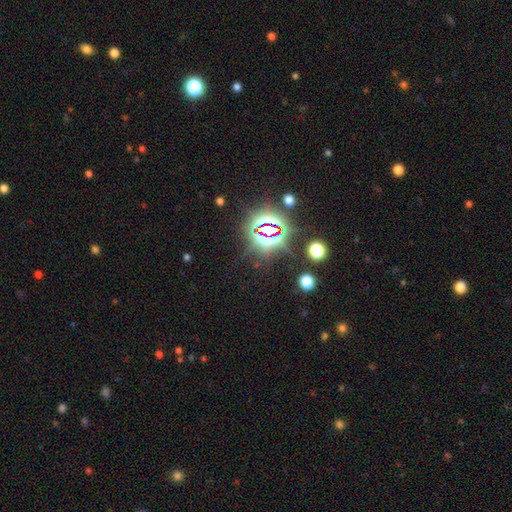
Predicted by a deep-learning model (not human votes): smooth-or-featured: star or artifact: 83% | smooth: 10% | featured or disk: 7%